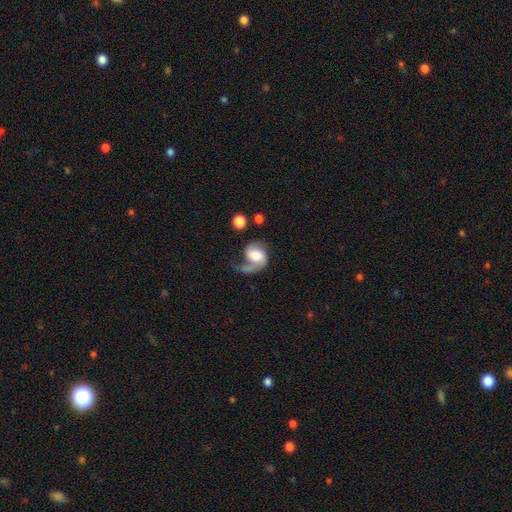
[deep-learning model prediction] This appears to be a featured or disk galaxy (61%) with no bar (57%), 1 (66%) loose (52%) spiral arms (89%) and a large central bulge (33%). Merging: major disturbance (39%).